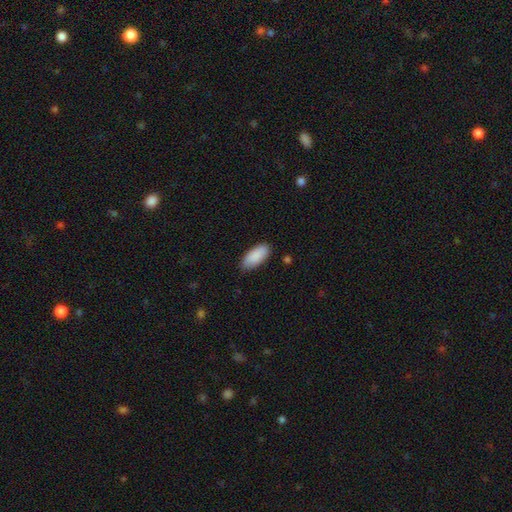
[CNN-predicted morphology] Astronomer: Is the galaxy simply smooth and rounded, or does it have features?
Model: smooth — 90%.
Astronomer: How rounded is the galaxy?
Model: in between — 88%.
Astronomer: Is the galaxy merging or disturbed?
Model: none — 83%.